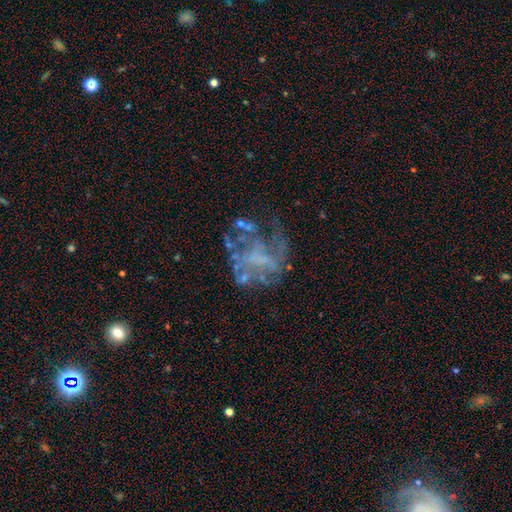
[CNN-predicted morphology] Smooth or featured? Predicted: featured or disk (p=0.66). Edge-on disk? Predicted: no (p=0.98). Bar? Predicted: no (p=0.71). Spiral arms? Predicted: no (p=0.56). Bulge size? Predicted: none (p=0.66). Merging? Predicted: none (p=0.46).